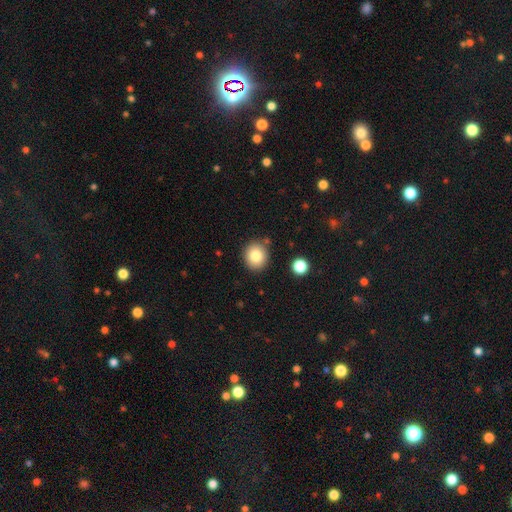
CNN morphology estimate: Q: Smooth or featured?
A: smooth (82%); runner-up: star or artifact (10%)
Q: How rounded?
A: round (79%); runner-up: in between (20%)
Q: Merging?
A: none (85%); runner-up: minor disturbance (9%)